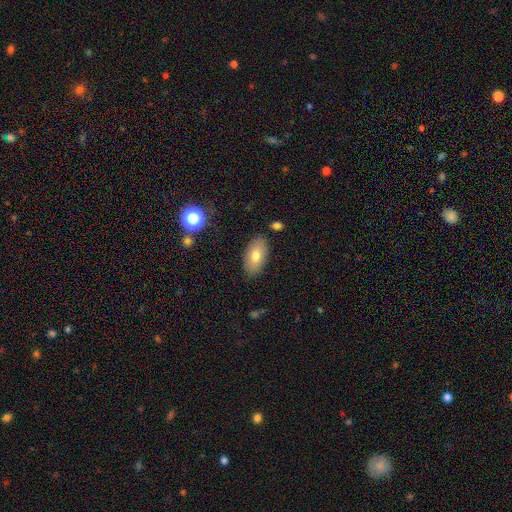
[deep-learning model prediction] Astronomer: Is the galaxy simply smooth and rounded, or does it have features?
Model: smooth — 74%.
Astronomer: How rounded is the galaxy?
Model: in between — 92%.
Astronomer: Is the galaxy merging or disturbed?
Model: none — 85%.